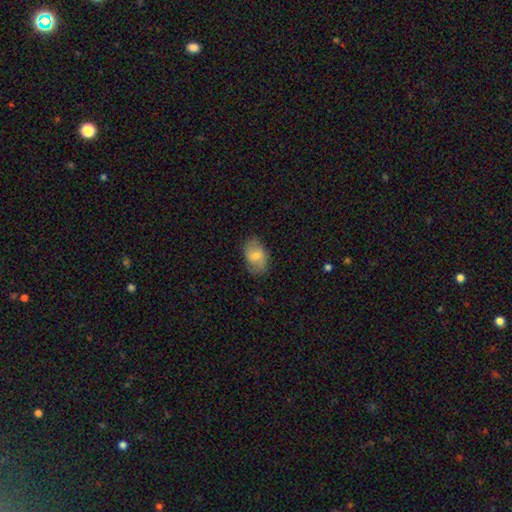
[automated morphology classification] Q: Smooth or featured?
A: smooth (58%); runner-up: featured or disk (34%)
Q: How rounded?
A: in between (87%); runner-up: round (11%)
Q: Merging?
A: none (76%); runner-up: minor disturbance (18%)